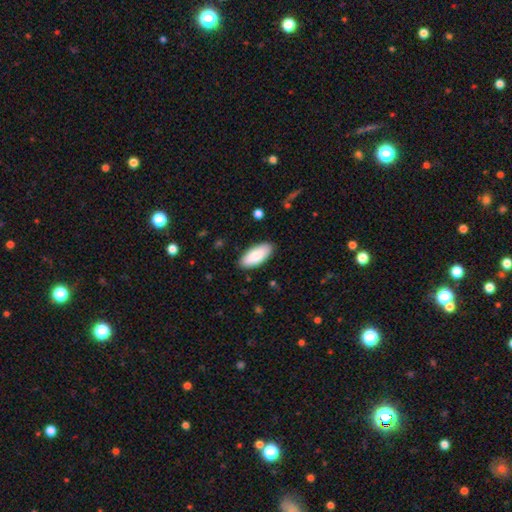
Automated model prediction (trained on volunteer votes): smooth-or-featured: smooth: 85% | featured or disk: 9% | star or artifact: 6%
  how-rounded: in between: 88% | cigar-shaped: 11% | round: 2%
  merging: none: 88% | minor disturbance: 9% | major disturbance: 2% | merger: 1%